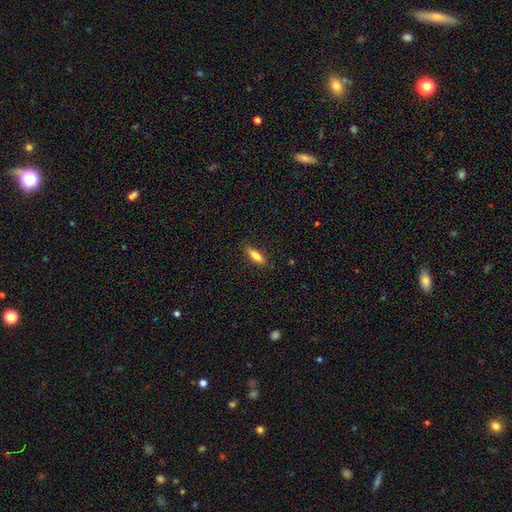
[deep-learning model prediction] Smooth or featured? Predicted: smooth (p=0.76). How rounded? Predicted: in between (p=0.53). Merging? Predicted: none (p=0.84).